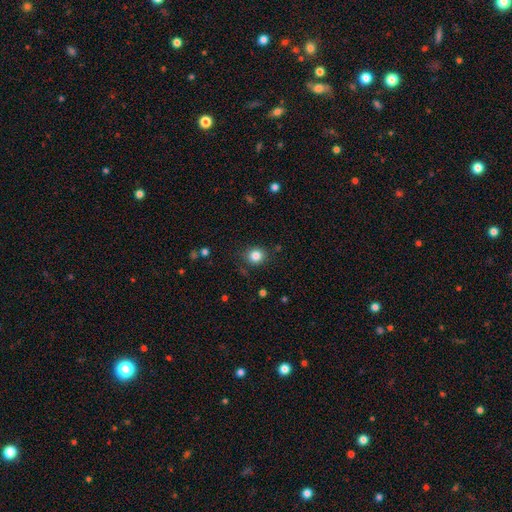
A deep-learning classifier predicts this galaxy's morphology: A smooth galaxy with no disk features (83%) that is round (84%).

Vote fractions:
- Smooth or featured? smooth: 83% / star or artifact: 12% / featured or disk: 6%
- How rounded? round: 84% / in between: 15% / cigar-shaped: 1%
- Merging? none: 85% / minor disturbance: 11% / major disturbance: 3% / merger: 2%